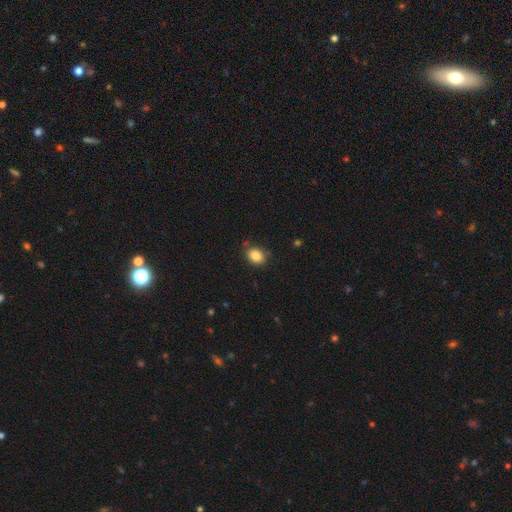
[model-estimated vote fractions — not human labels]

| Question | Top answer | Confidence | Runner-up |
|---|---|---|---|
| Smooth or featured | smooth | 86% | star or artifact (9%) |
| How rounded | in between | 63% | round (36%) |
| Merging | none | 77% | minor disturbance (17%) |